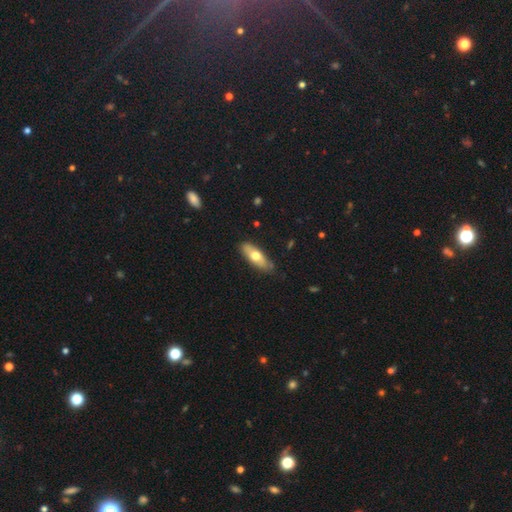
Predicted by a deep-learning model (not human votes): Smooth or featured: smooth — 61% (featured or disk — 33%)
How rounded: in between — 66% (cigar-shaped — 32%)
Merging: none — 81% (minor disturbance — 15%)